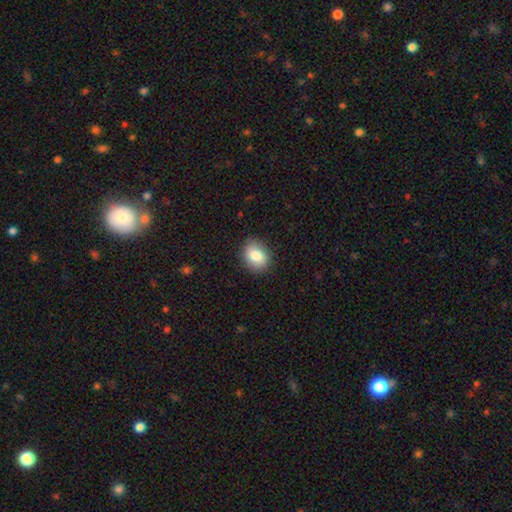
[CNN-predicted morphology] Smooth or featured?
  - smooth: 83% *
  - featured or disk: 8%
  - star or artifact: 8%
How rounded?
  - in between: 54% *
  - round: 45%
  - cigar-shaped: 1%
Merging?
  - none: 86% *
  - minor disturbance: 11%
  - major disturbance: 3%
  - merger: 1%